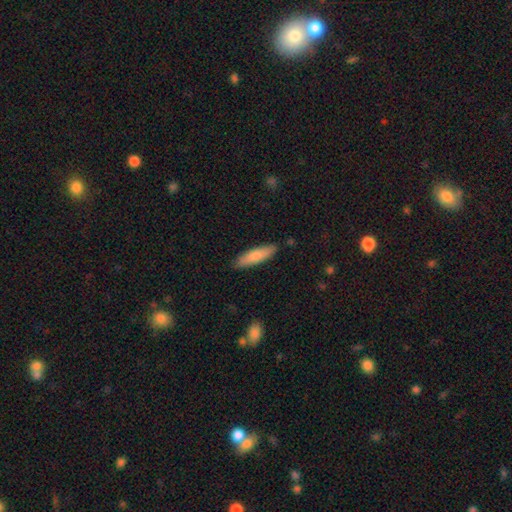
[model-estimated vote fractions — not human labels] Smooth or featured? Predicted: smooth (p=0.80). How rounded? Predicted: cigar-shaped (p=0.69). Merging? Predicted: none (p=0.87).